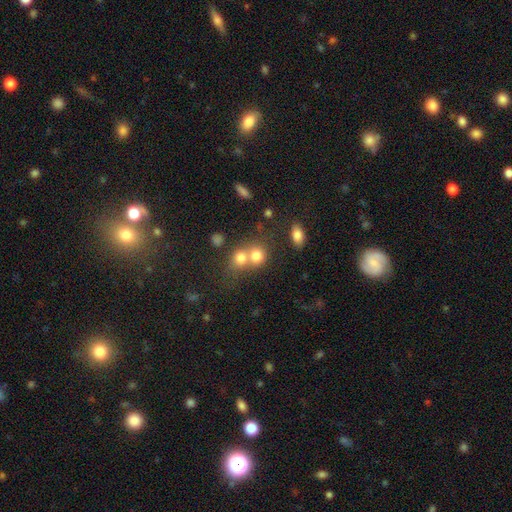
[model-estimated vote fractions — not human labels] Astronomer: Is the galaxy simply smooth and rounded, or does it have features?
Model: smooth — 75%.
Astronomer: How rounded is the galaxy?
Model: round — 76%.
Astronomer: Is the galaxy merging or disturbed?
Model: merger — 58% (runner-up: none, 33%).